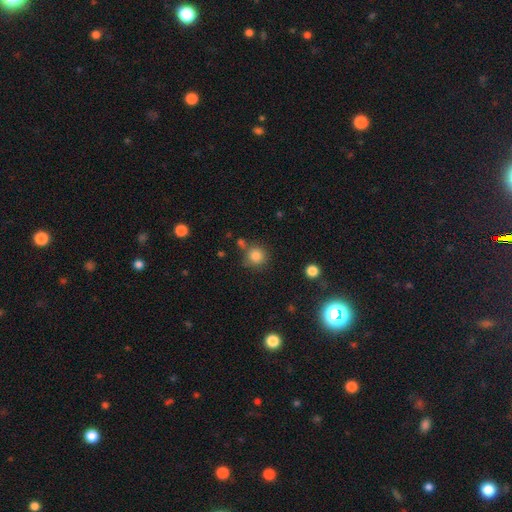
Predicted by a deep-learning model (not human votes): A smooth galaxy with no disk features (83%) that is round (92%). Merging: none (74%).